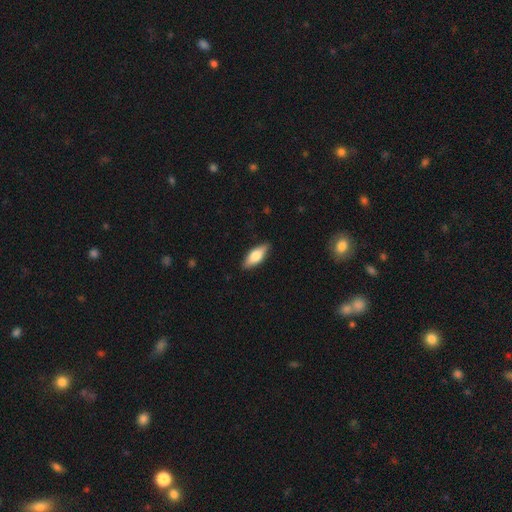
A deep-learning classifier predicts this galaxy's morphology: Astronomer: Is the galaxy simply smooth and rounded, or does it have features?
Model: smooth — 66%.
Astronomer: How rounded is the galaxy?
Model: in between — 72%.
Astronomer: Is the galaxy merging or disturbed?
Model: none — 88%.